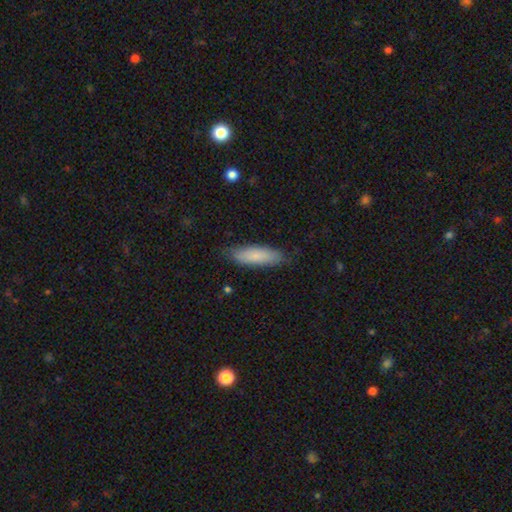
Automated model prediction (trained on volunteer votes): This appears to be a smooth galaxy with no disk features (83%) that is cigar-shaped (53%). Merging: none (82%).